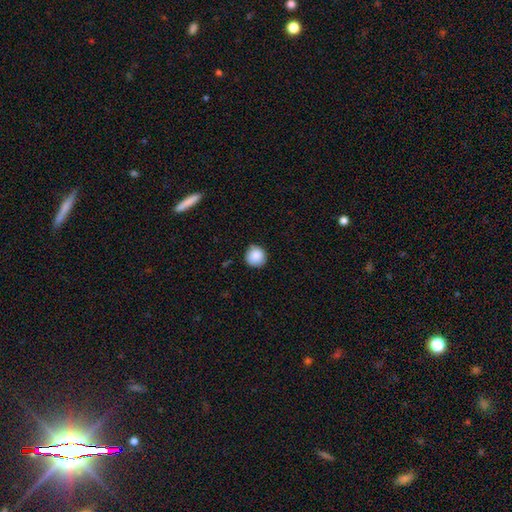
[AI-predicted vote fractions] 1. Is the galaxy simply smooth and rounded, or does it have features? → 88% smooth, 8% star or artifact, 4% featured or disk.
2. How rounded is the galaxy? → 94% round, 5% in between, 1% cigar-shaped.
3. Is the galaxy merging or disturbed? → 86% none, 11% minor disturbance, 2% major disturbance, 1% merger.